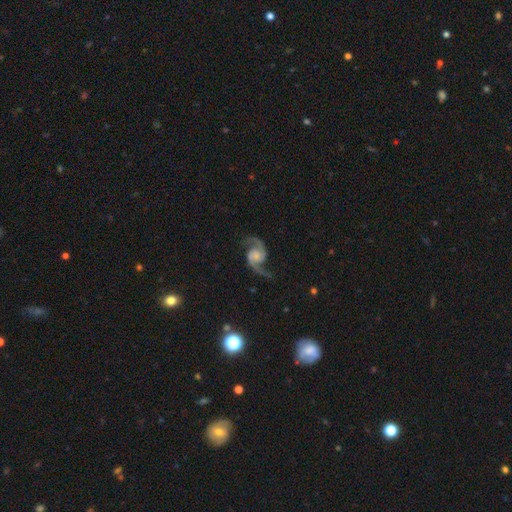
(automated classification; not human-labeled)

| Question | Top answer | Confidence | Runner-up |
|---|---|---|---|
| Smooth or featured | featured or disk | 92% | star or artifact (4%) |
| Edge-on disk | no | 98% | yes (2%) |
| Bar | no | 64% | weak (29%) |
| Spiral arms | yes | 98% | no (2%) |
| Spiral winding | loose | 52% | medium (40%) |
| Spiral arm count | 2 | 95% | 1 (1%) |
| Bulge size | none | 34% | small (30%) |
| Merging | none | 78% | minor disturbance (13%) |